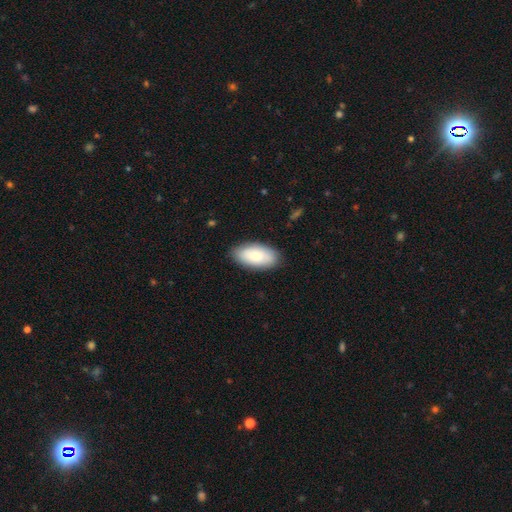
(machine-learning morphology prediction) Q: Smooth or featured?
A: smooth (83%); runner-up: featured or disk (12%)
Q: How rounded?
A: in between (94%); runner-up: cigar-shaped (4%)
Q: Merging?
A: none (85%); runner-up: minor disturbance (12%)